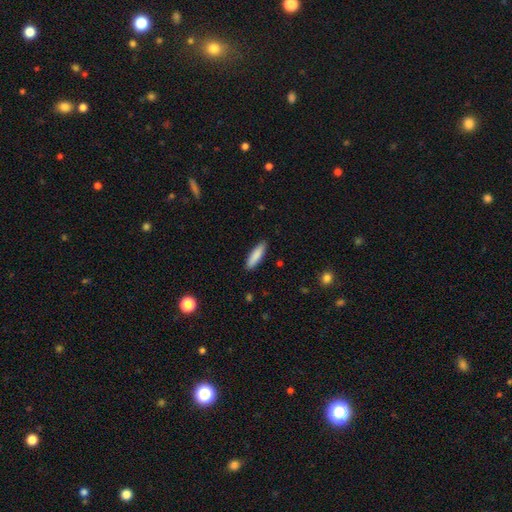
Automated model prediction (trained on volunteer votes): smooth 86%, featured or disk 8%, star or artifact 6%. Down the decision tree: how rounded — cigar-shaped (69%); merging — none (88%).